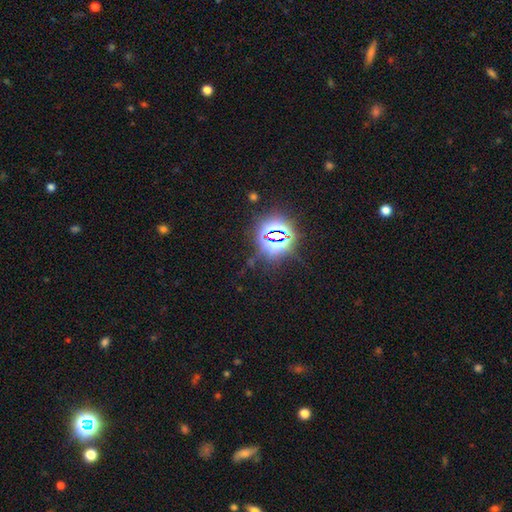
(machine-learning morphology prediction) This is likely a star or artifact rather than a galaxy (80%).